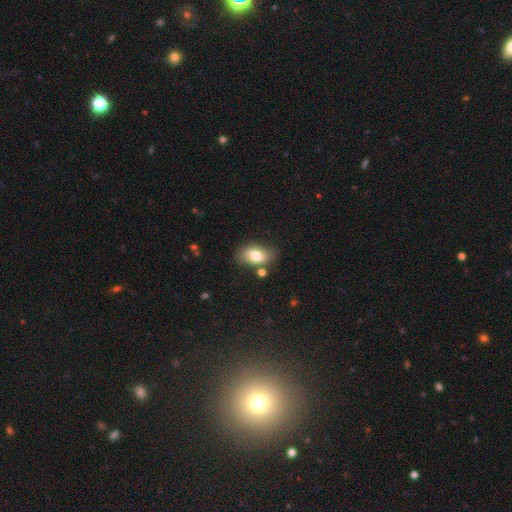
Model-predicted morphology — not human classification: This is likely a smooth galaxy (78%). How rounded: clearly in between (88%). Merging: likely none (75%).